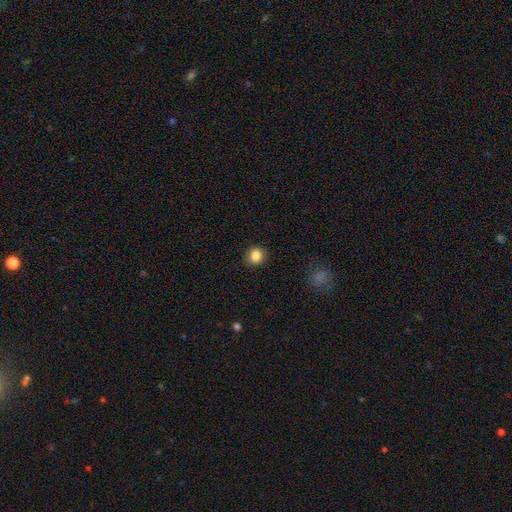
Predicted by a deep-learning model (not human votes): This appears to be a smooth galaxy with no disk features (86%) that is round (79%). Merging: none (88%).